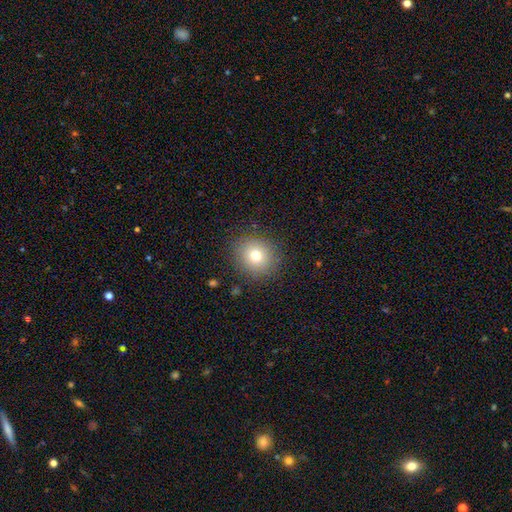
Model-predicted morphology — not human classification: The model was most divided on "smooth or featured": smooth: 74%, star or artifact: 14%, featured or disk: 12%. More confident: merging — none (87%); how rounded — round (85%).